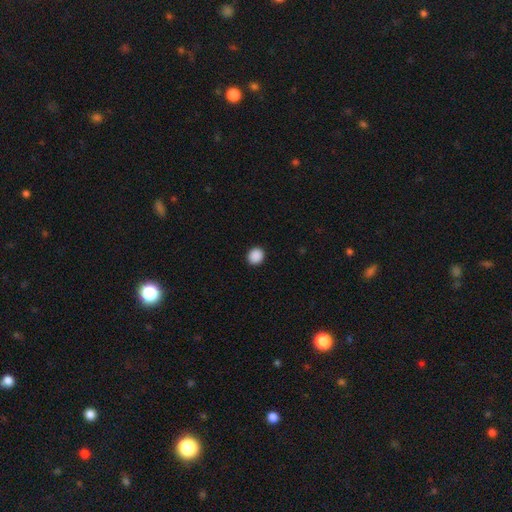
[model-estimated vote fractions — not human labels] This appears to be a smooth galaxy with no disk features (89%) that is round (83%). Merging: none (92%).